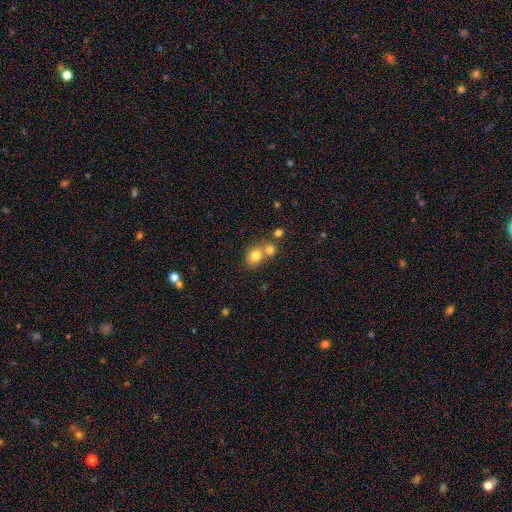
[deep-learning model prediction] Smooth or featured?
  - smooth: 78% *
  - featured or disk: 11%
  - star or artifact: 11%
How rounded?
  - round: 61% *
  - in between: 38%
  - cigar-shaped: 1%
Merging?
  - merger: 47% *
  - none: 42%
  - minor disturbance: 8%
  - major disturbance: 3%